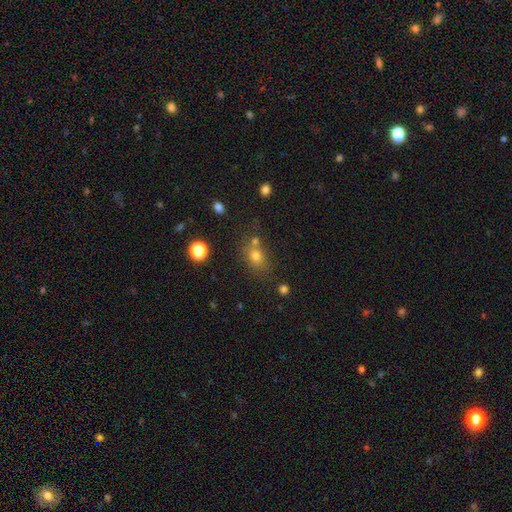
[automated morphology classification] Smooth or featured? smooth (72%)
How rounded? round (49%, tied with in between)
Merging? none (62%)